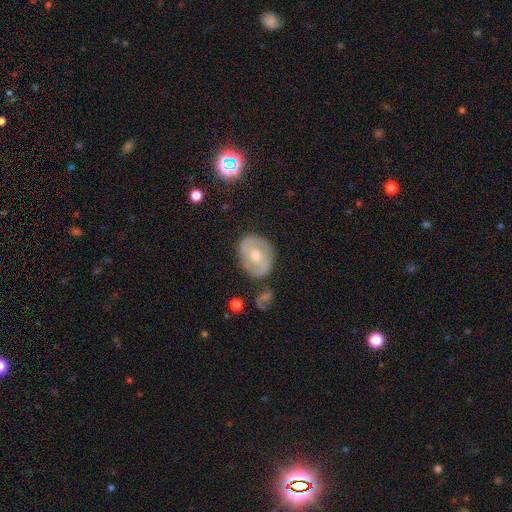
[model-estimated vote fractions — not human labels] Smooth or featured: featured or disk — 60% (smooth — 32%)
Edge-on disk: no — 95% (yes — 5%)
Bar: no — 56% (weak — 31%)
Spiral arms: yes — 55% (no — 45%)
Bulge size: moderate — 69% (small — 27%)
Merging: none — 74% (minor disturbance — 17%)